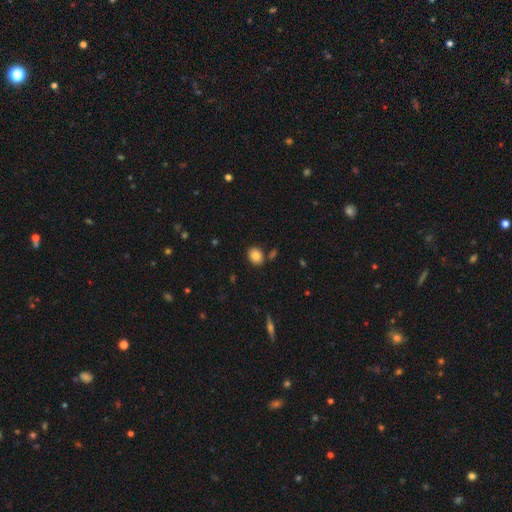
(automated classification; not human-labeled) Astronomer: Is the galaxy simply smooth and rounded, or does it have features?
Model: smooth — 84%.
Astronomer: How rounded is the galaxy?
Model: in between — 57% (runner-up: round, 42%).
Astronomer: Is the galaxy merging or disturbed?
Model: none — 83%.